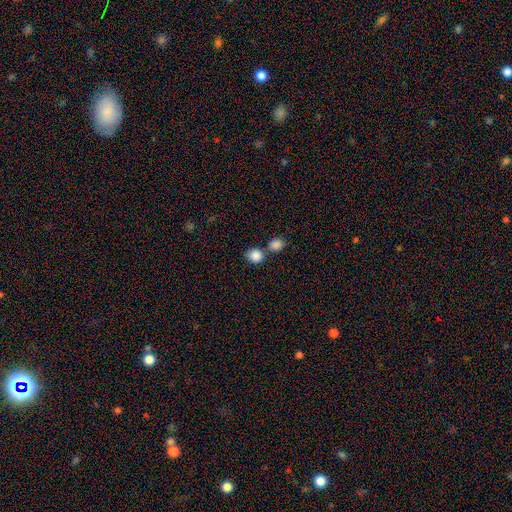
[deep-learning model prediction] This appears to be a smooth galaxy with no disk features (87%) that is round (72%). Merging: none (53%).